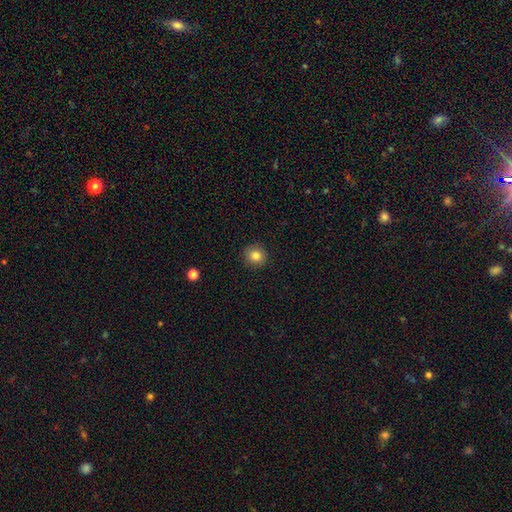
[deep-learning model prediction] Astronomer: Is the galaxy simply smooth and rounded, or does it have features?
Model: smooth — 82%.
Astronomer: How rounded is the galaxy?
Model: round — 92%.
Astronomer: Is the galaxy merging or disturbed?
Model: none — 91%.